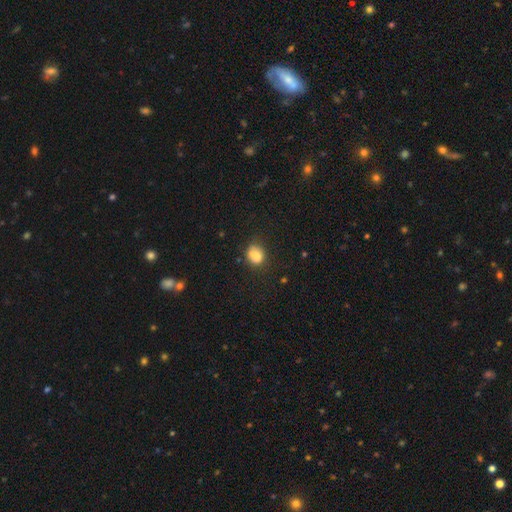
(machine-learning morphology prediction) Overall: smooth (77%). How rounded: round (56%; in between 43%). Merging: none (55%; minor disturbance 24%).